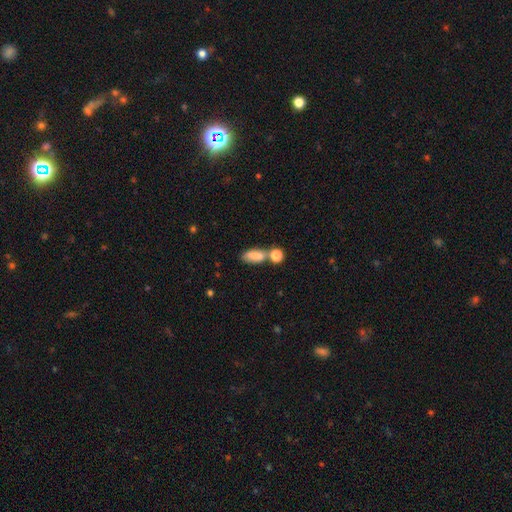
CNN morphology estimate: Smooth or featured?
  - smooth: 79% *
  - featured or disk: 12%
  - star or artifact: 9%
How rounded?
  - in between: 75% *
  - cigar-shaped: 18%
  - round: 7%
Merging?
  - none: 46% *
  - merger: 33%
  - minor disturbance: 15%
  - major disturbance: 6%